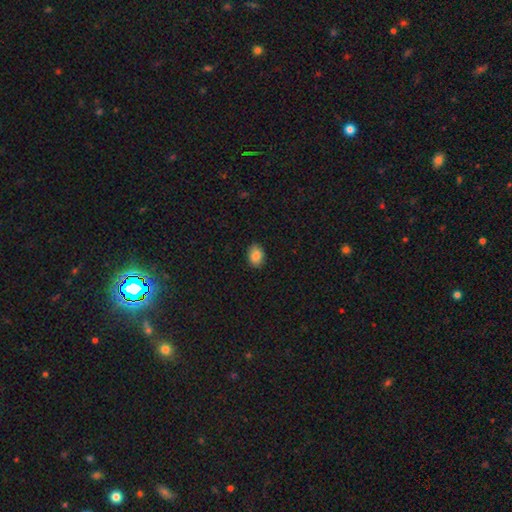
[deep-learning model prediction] The model was most divided on "how rounded": in between: 69%, round: 29%, cigar-shaped: 1%. More confident: merging — none (88%); smooth or featured — smooth (85%).